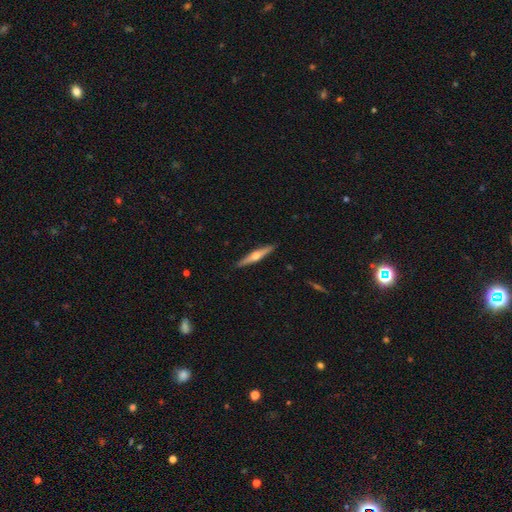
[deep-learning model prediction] Smooth or featured?
  - featured or disk: 69% *
  - smooth: 26%
  - star or artifact: 5%
Edge-on disk?
  - yes: 98% *
  - no: 2%
Edge-on bulge?
  - rounded: 94% *
  - boxy: 3%
  - none: 3%
Merging?
  - none: 91% *
  - minor disturbance: 6%
  - major disturbance: 1%
  - merger: 1%